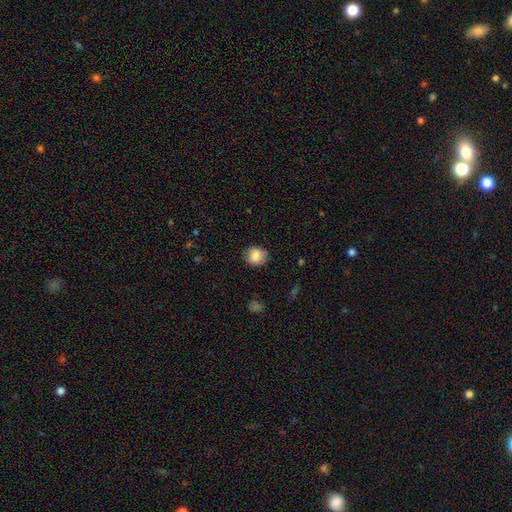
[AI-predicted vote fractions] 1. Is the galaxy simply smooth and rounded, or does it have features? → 85% smooth, 9% star or artifact, 6% featured or disk.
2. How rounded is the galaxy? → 82% round, 17% in between, 1% cigar-shaped.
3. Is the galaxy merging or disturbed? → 84% none, 12% minor disturbance, 3% major disturbance, 1% merger.